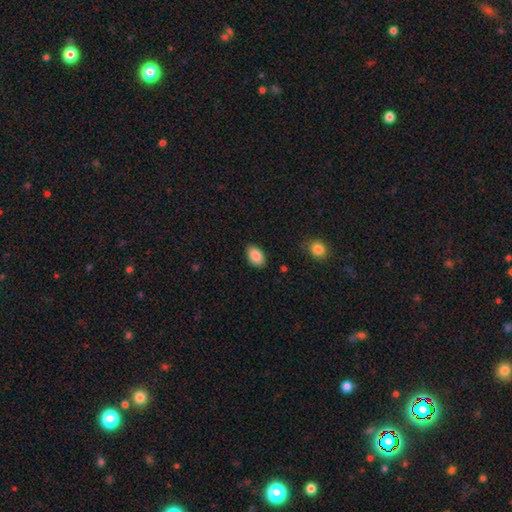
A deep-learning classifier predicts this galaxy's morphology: type=smooth (89%); roundness=in between (91%); merging=none (86%).